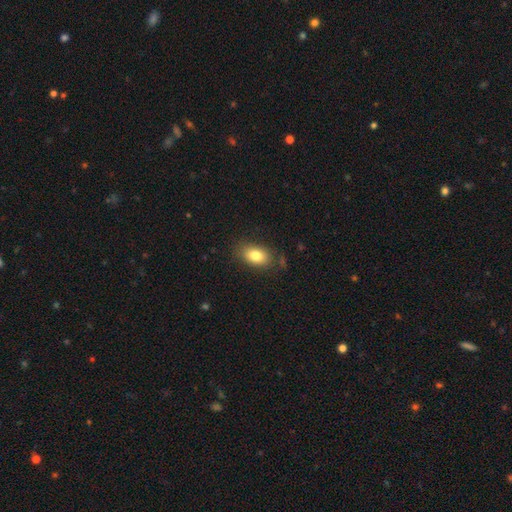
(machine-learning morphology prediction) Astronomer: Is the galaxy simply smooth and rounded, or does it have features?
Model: smooth — 81%.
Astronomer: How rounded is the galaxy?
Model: in between — 87%.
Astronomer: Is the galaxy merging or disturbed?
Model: none — 79%.